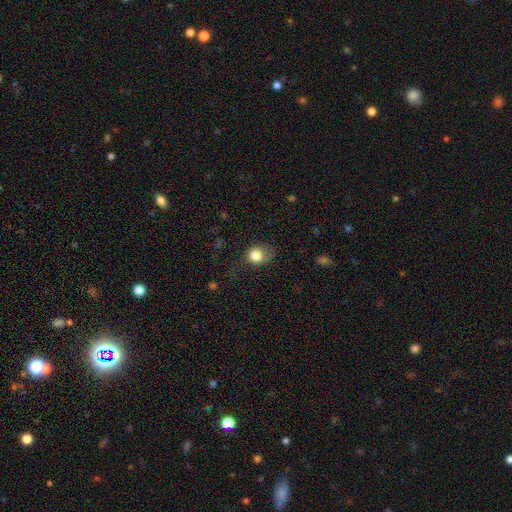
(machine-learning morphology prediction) type=smooth (81%); roundness=round (64%); merging=none (51%).